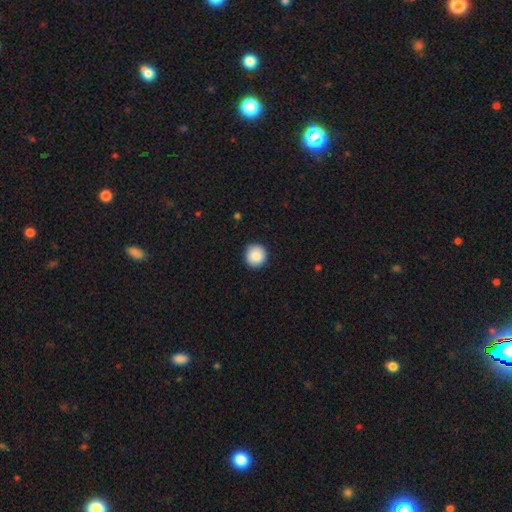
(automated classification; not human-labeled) smooth_or_featured: smooth (p=0.88) [alt: star or artifact p=0.08]
how_rounded: round (p=0.94) [alt: in between p=0.05]
merging: none (p=0.91) [alt: minor disturbance p=0.06]